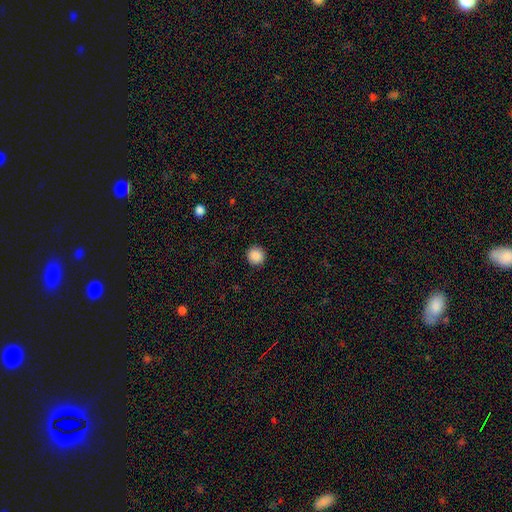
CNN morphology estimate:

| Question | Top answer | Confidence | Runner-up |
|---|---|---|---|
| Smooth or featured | smooth | 88% | star or artifact (9%) |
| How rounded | round | 94% | in between (5%) |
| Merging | none | 92% | minor disturbance (6%) |